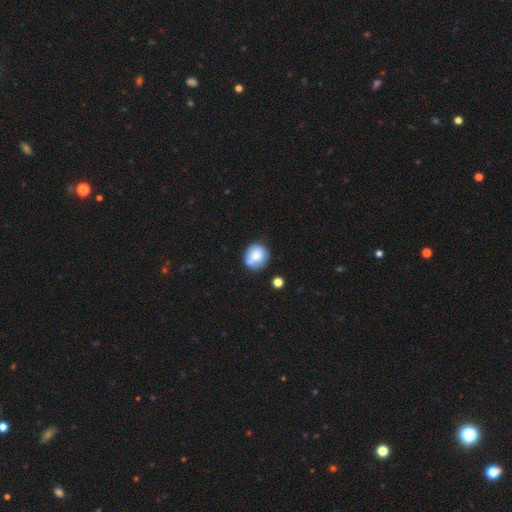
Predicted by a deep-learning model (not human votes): A smooth galaxy with no disk features (78%) that is round (75%). Merging: none (59%).